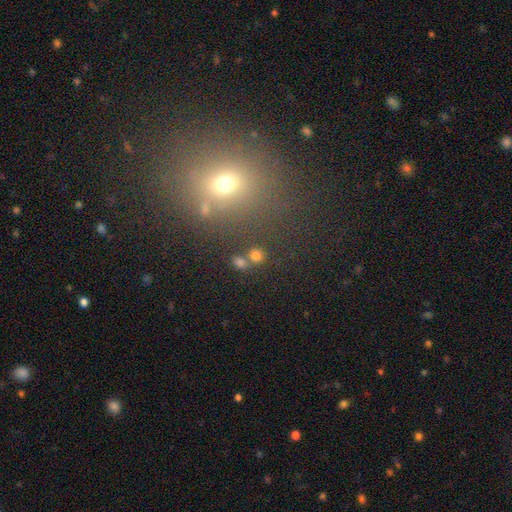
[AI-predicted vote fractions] Morphology: type=smooth (71%); roundness=round (81%); merging=none (65%).